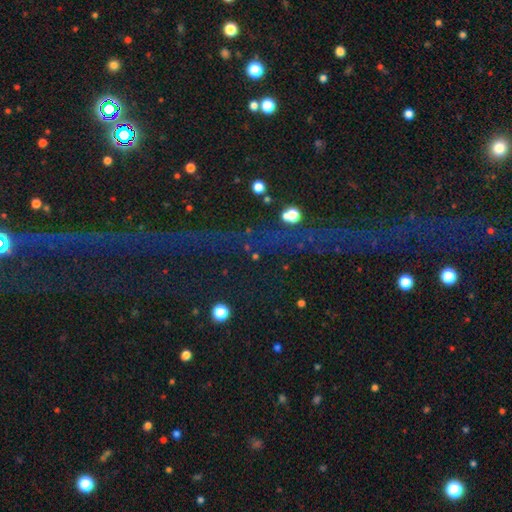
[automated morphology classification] This appears to be a star or artifact, not a galaxy (67%).